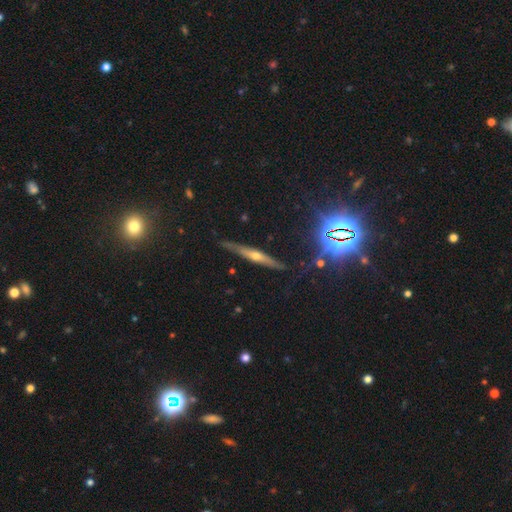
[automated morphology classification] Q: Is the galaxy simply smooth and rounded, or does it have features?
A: featured or disk — 63%.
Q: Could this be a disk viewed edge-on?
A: yes — 95%.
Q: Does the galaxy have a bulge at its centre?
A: rounded — 83%.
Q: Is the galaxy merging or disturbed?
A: none — 83%.